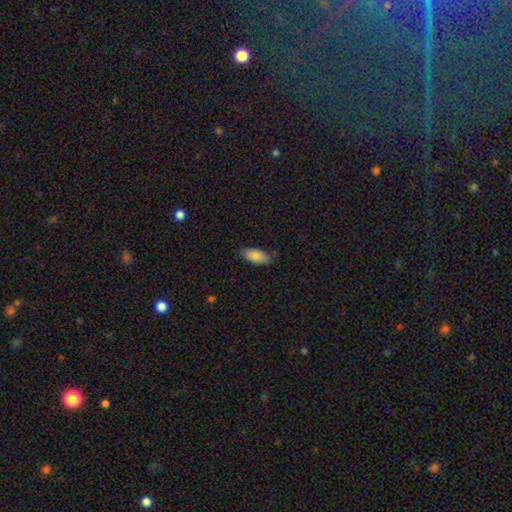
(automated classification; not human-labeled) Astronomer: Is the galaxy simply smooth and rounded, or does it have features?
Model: smooth — 83%.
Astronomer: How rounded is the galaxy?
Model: in between — 90%.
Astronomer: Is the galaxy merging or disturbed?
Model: none — 80%.